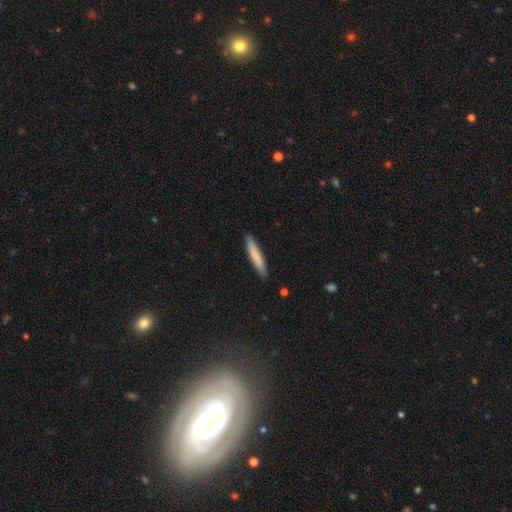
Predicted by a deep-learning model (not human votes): Q: Smooth or featured?
A: smooth (80%); runner-up: featured or disk (15%)
Q: How rounded?
A: cigar-shaped (92%); runner-up: in between (7%)
Q: Merging?
A: none (89%); runner-up: minor disturbance (8%)